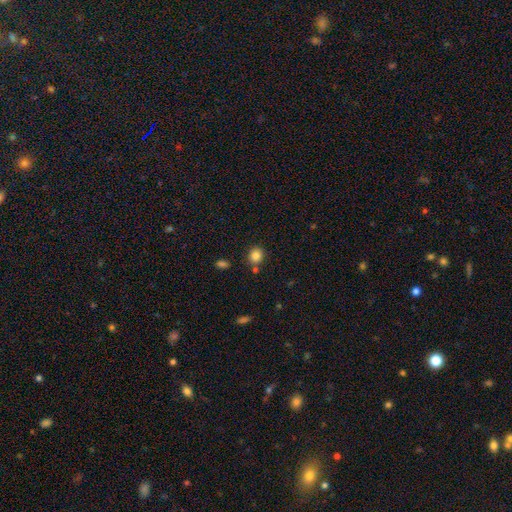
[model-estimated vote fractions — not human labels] smooth_or_featured: smooth (p=0.85) [alt: star or artifact p=0.11]
how_rounded: round (p=0.79) [alt: in between p=0.21]
merging: none (p=0.79) [alt: minor disturbance p=0.10]